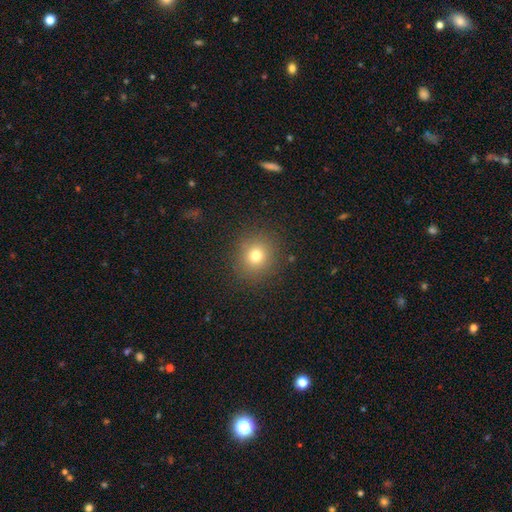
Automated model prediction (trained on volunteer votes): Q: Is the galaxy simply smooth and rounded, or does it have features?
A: smooth — 74%.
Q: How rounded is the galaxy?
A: round — 85%.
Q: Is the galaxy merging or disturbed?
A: none — 88%.